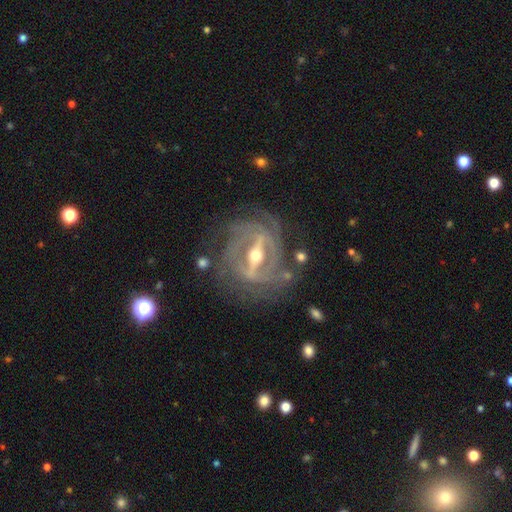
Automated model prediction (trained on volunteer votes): featured or disk 91%, star or artifact 5%, smooth 4%. Down the decision tree: edge-on disk — no (90%); bar — strong (78%); spiral arms — yes (89%); spiral arm count — can't tell (29%); spiral winding — tight (62%); bulge size — moderate (67%); merging — none (70%).